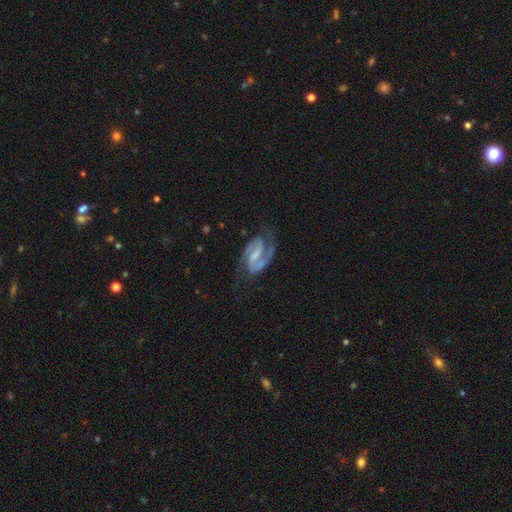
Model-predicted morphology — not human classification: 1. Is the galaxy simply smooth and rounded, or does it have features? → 89% featured or disk, 6% smooth, 5% star or artifact.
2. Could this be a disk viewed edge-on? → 98% no, 2% yes.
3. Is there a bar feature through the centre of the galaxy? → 43% weak, 39% strong, 18% no.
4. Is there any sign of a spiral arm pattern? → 97% yes, 3% no.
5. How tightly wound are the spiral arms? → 56% medium, 28% tight, 16% loose.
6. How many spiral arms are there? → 88% 2, 6% 1, 3% can't tell, 1% 3, 1% 4, 1% more than 4.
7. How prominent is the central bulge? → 39% small, 37% none, 19% moderate, 3% large, 1% dominant.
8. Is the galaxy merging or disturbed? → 69% none, 18% minor disturbance, 11% major disturbance, 2% merger.